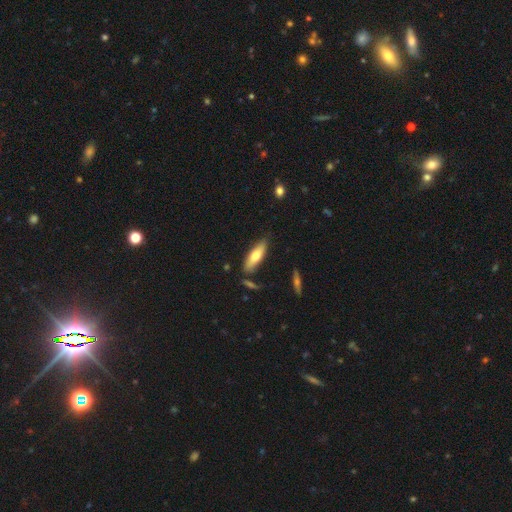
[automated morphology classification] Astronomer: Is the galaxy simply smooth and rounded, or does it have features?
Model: smooth — 66%.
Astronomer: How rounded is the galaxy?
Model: cigar-shaped — 50% (runner-up: in between, 48%).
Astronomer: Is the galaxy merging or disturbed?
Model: none — 79%.